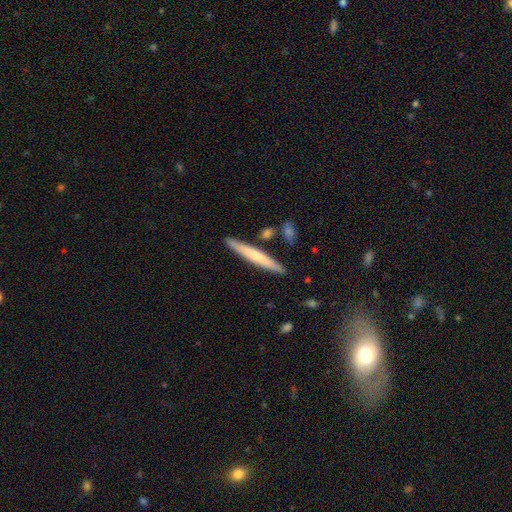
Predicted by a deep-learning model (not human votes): A smooth galaxy with no disk features (61%) that is cigar-shaped (96%). Merging: none (85%).